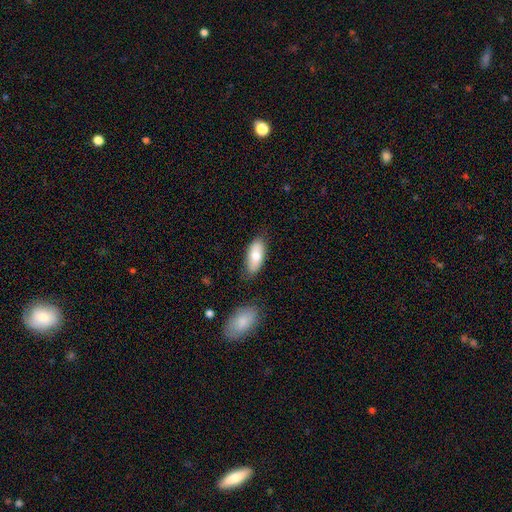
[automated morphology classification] A smooth galaxy with no disk features (75%) that is in between round and cigar-shaped (85%). Merging: none (76%).